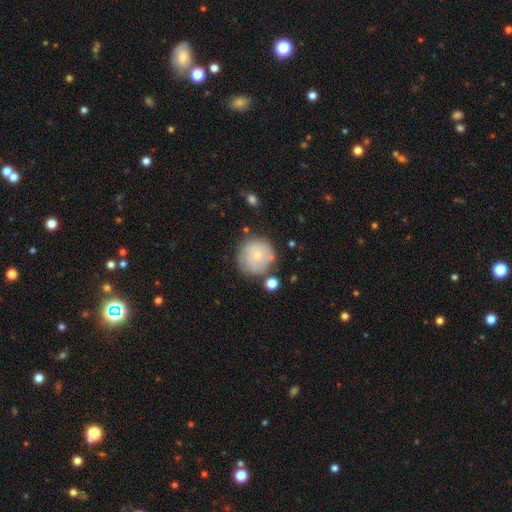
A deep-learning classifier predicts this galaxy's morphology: smooth 53%, featured or disk 39%, star or artifact 8%. Down the decision tree: how rounded — round (91%); merging — none (70%).